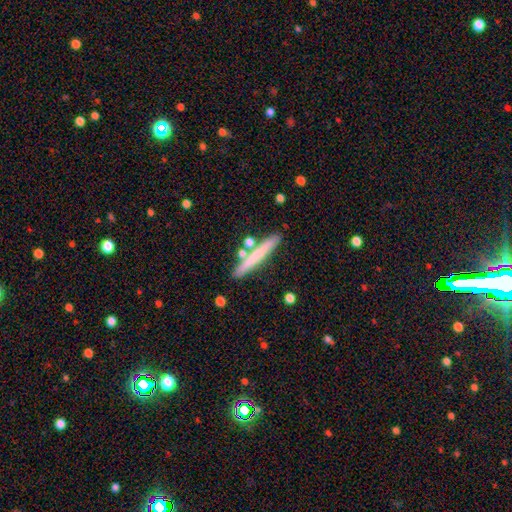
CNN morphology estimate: type=smooth (63%); roundness=cigar-shaped (95%); merging=none (80%).